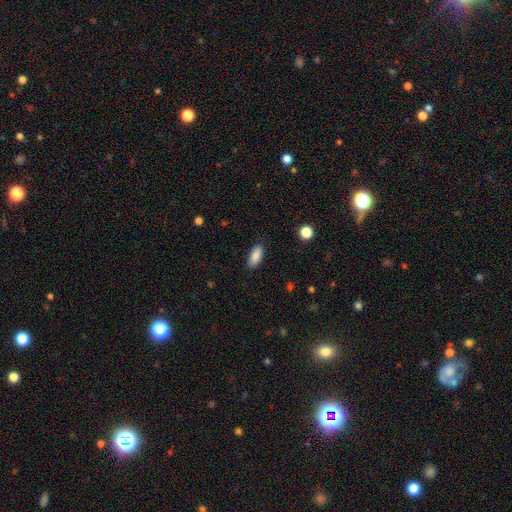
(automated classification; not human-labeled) A smooth galaxy with no disk features (88%) that is in between round and cigar-shaped (87%). Merging: none (86%).